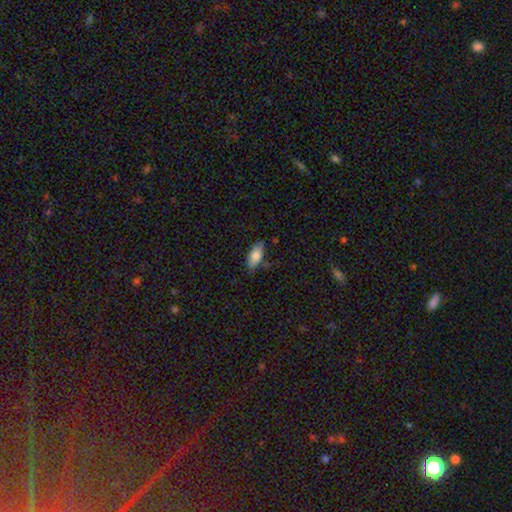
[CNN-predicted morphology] Q: Smooth or featured?
A: smooth (81%); runner-up: featured or disk (13%)
Q: How rounded?
A: in between (87%); runner-up: cigar-shaped (11%)
Q: Merging?
A: none (76%); runner-up: minor disturbance (18%)